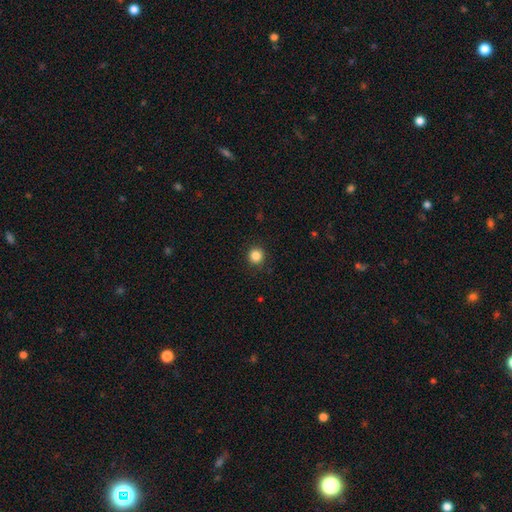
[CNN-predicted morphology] Smooth or featured: smooth — 85% (star or artifact — 11%)
How rounded: round — 94% (in between — 5%)
Merging: none — 92% (minor disturbance — 6%)